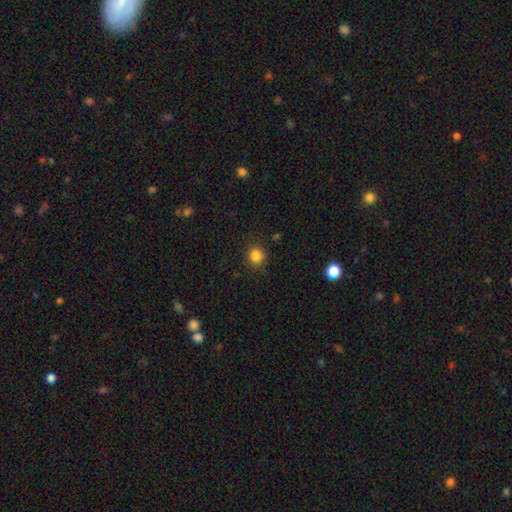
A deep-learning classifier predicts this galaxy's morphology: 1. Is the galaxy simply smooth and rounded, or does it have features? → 84% smooth, 12% star or artifact, 4% featured or disk.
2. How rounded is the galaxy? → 91% round, 8% in between, 1% cigar-shaped.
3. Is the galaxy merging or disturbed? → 88% none, 8% minor disturbance, 3% major disturbance, 1% merger.